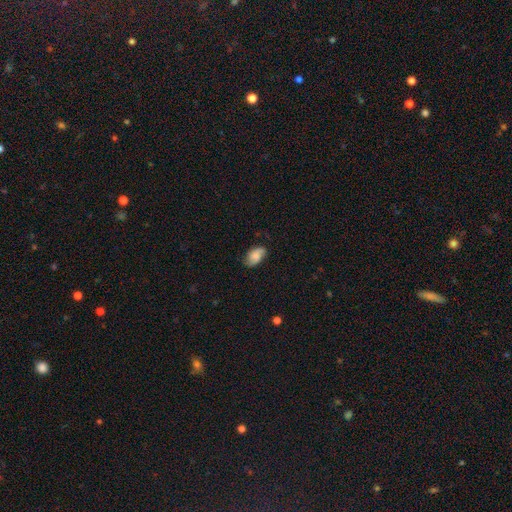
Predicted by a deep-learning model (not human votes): A smooth galaxy with no disk features (58%) that is in between round and cigar-shaped (91%). Merging: none (71%).